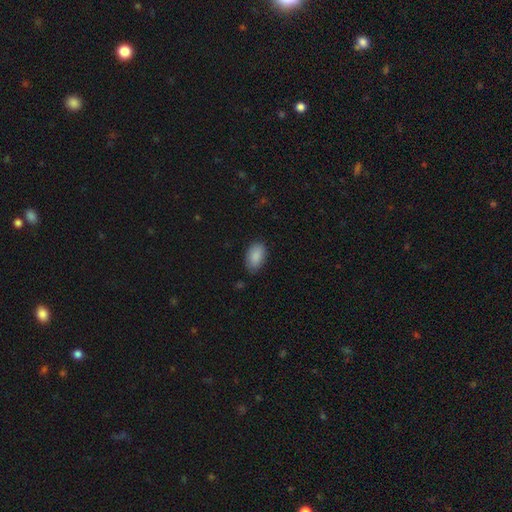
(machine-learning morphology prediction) smooth_or_featured: smooth (p=0.89) [alt: star or artifact p=0.07]
how_rounded: in between (p=0.94) [alt: round p=0.05]
merging: none (p=0.81) [alt: minor disturbance p=0.15]